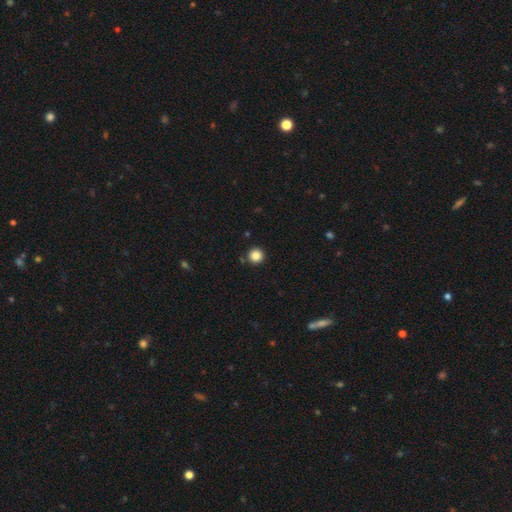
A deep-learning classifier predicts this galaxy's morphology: Overall: smooth (86%). How rounded: round (96%). Merging: none (91%).